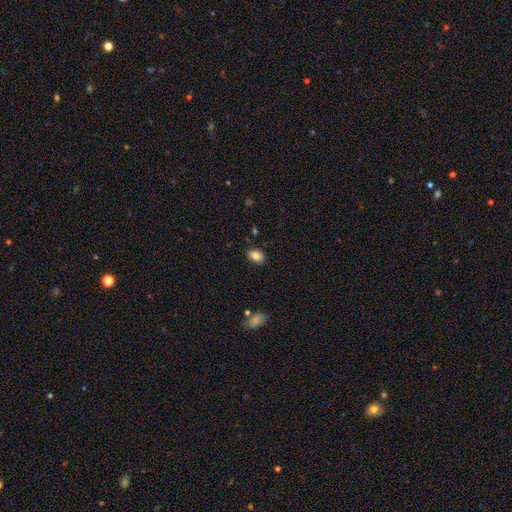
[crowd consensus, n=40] Volunteers were most divided on "merging": none: 58%, minor disturbance: 26%, major disturbance: 8%, merger: 8%. More confident: smooth or featured — smooth (82%); how rounded — in between (76%).